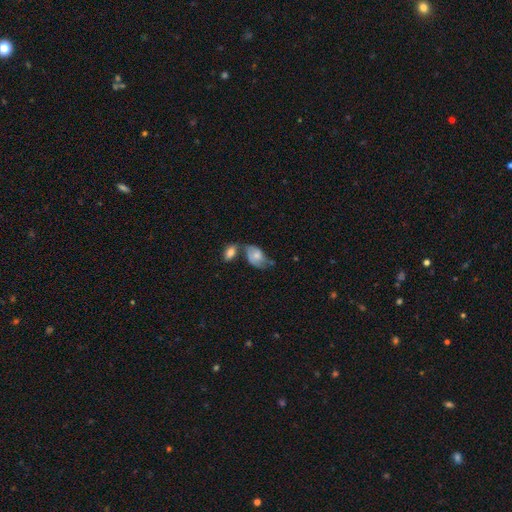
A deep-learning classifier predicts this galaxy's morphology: Smooth or featured? smooth (54%)
How rounded? in between (88%)
Merging? none (33%)